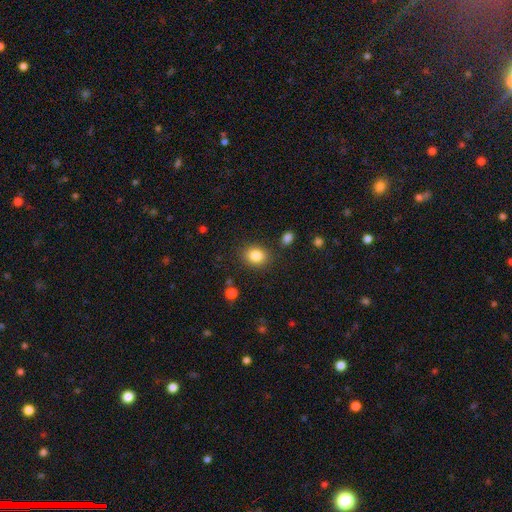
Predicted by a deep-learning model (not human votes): This is clearly a smooth galaxy (84%). How rounded: possibly round (53%). Merging: clearly none (85%).